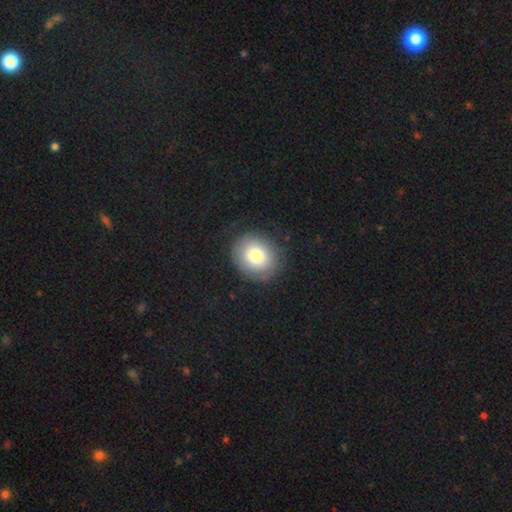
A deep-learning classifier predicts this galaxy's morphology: This appears to be a smooth galaxy with no disk features (80%) that is round (78%). Merging: none (85%).